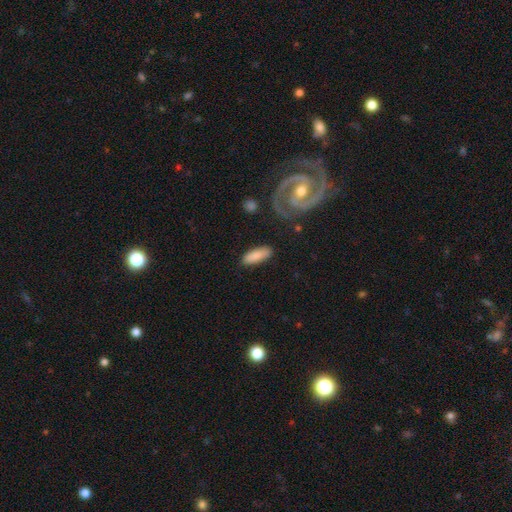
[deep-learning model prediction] Smooth or featured? smooth (83%)
How rounded? in between (69%)
Merging? none (83%)